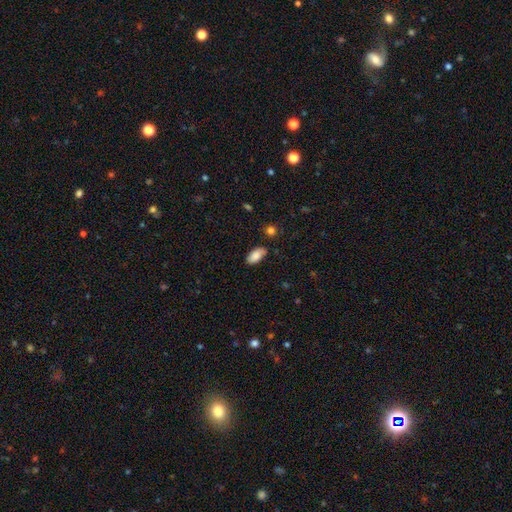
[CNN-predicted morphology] Smooth or featured? Predicted: smooth (p=0.85). How rounded? Predicted: in between (p=0.93). Merging? Predicted: none (p=0.77).